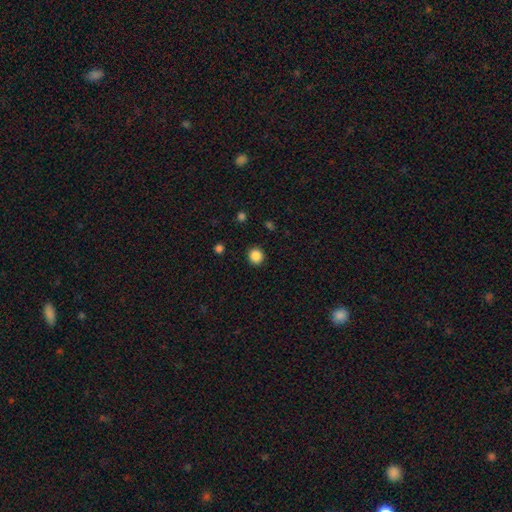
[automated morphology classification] Smooth or featured? Predicted: smooth (p=0.86). How rounded? Predicted: round (p=0.92). Merging? Predicted: none (p=0.92).